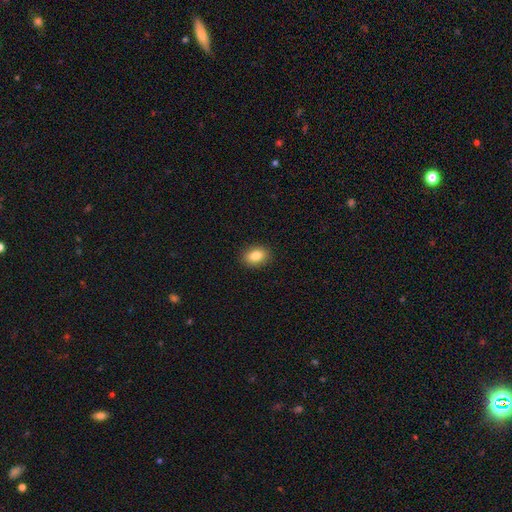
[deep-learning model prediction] smooth-or-featured: smooth: 85% | star or artifact: 8% | featured or disk: 7%
  how-rounded: in between: 75% | round: 24% | cigar-shaped: 1%
  merging: none: 90% | minor disturbance: 7% | major disturbance: 2% | merger: 1%